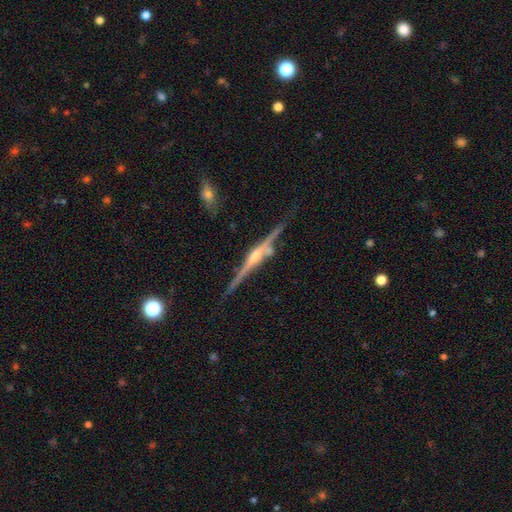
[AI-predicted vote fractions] A featured or disk galaxy (85%) viewed edge-on (97%) with a rounded central bulge (71%). Merging: none (73%).